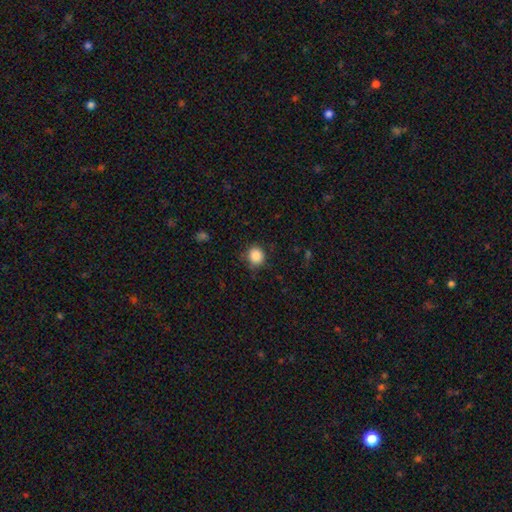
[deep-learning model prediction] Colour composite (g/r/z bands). It shows a smooth galaxy with no disk features (86%) that is round (83%). Merging: none (82%).